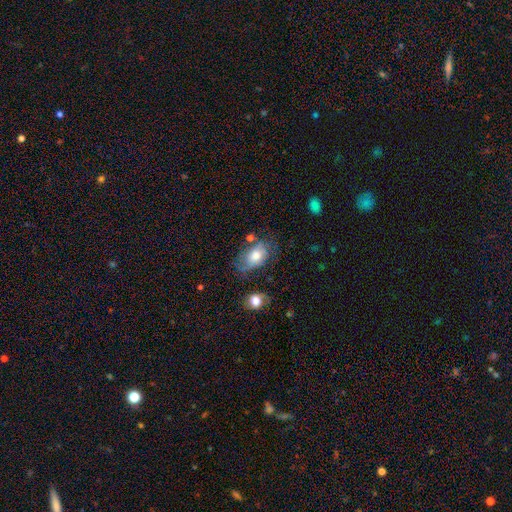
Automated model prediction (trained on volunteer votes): Smooth or featured?
  - smooth: 69% *
  - featured or disk: 22%
  - star or artifact: 9%
How rounded?
  - in between: 86% *
  - round: 12%
  - cigar-shaped: 2%
Merging?
  - none: 45% *
  - minor disturbance: 31%
  - major disturbance: 16%
  - merger: 9%